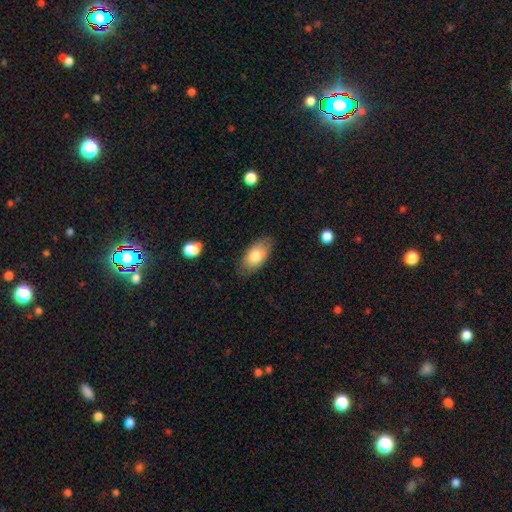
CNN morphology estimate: smooth 79%, featured or disk 14%, star or artifact 7%. Down the decision tree: how rounded — in between (92%); merging — none (79%).